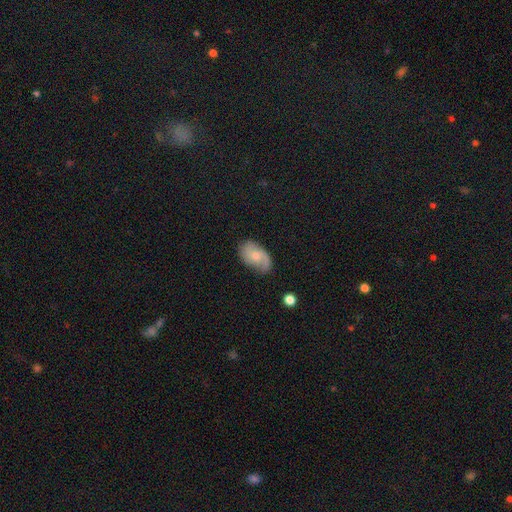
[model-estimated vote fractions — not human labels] Overall: featured or disk (53%; smooth 39%). Edge-on disk: no (96%). Bar: no (66%; weak 31%). Spiral arms: yes (89%). Bulge size: small (42%; moderate 41%). Merging: none (66%).